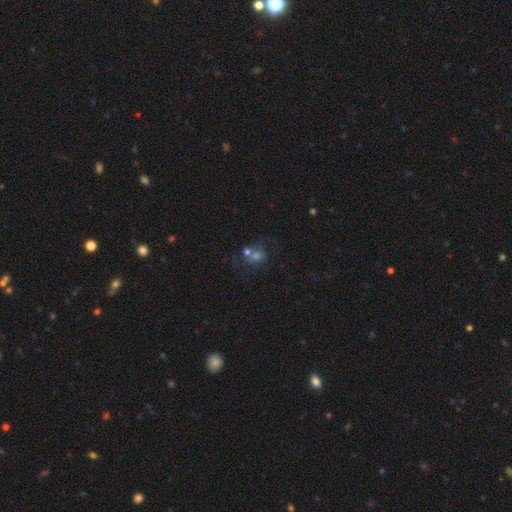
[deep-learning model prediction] Morphology: type=smooth (47%); merging=none (42%).